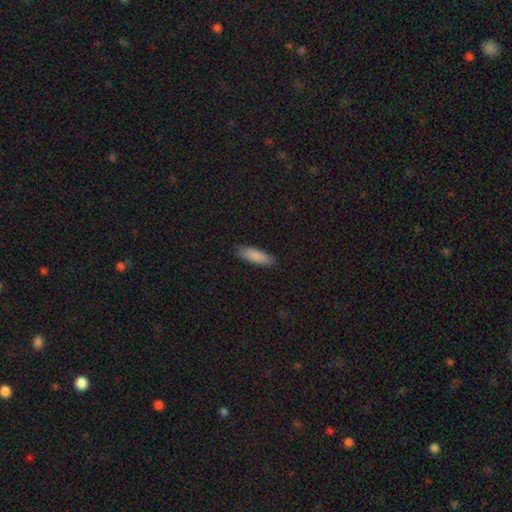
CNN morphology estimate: The model was most divided on "how rounded": in between: 51%, cigar-shaped: 48%, round: 2%. More confident: merging — none (87%); smooth or featured — smooth (87%).